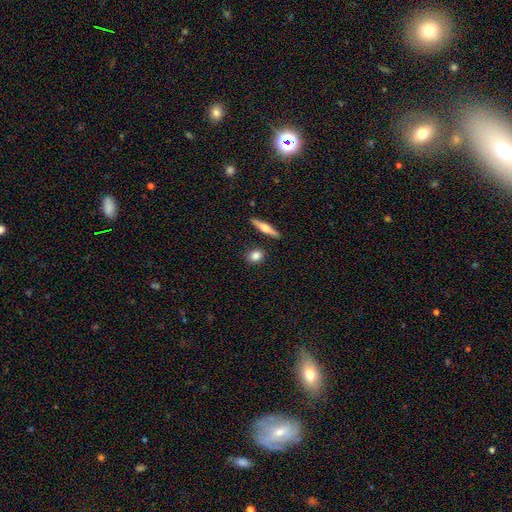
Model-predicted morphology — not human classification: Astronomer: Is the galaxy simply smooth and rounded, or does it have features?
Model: smooth — 81%.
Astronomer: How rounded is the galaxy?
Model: in between — 46% (runner-up: round, 44%).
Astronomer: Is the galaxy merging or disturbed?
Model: none — 84%.